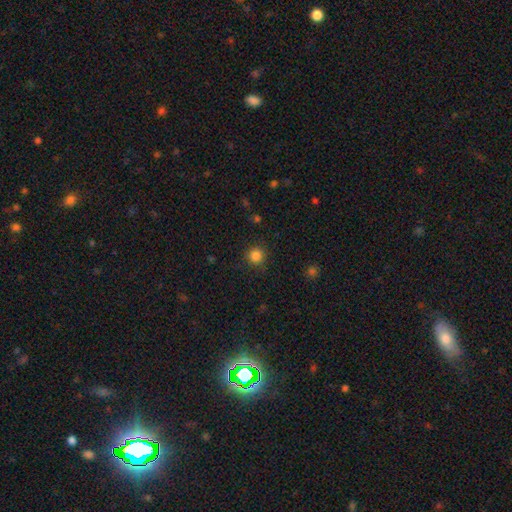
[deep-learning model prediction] Morphology: type=smooth (84%); roundness=round (94%); merging=none (89%).